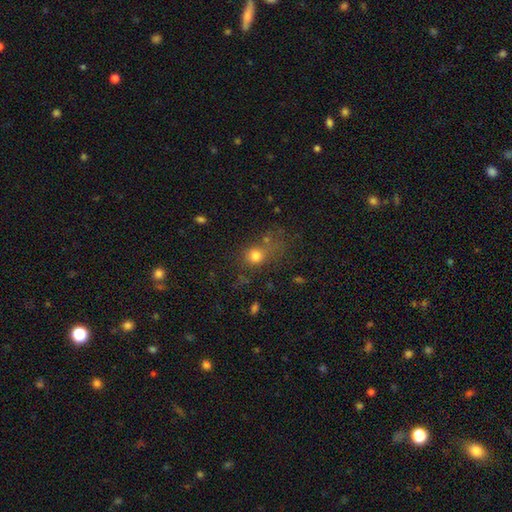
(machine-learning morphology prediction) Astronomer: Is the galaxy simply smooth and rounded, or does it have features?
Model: smooth — 74%.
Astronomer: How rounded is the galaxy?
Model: round — 67%.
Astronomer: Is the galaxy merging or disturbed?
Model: none — 49%.